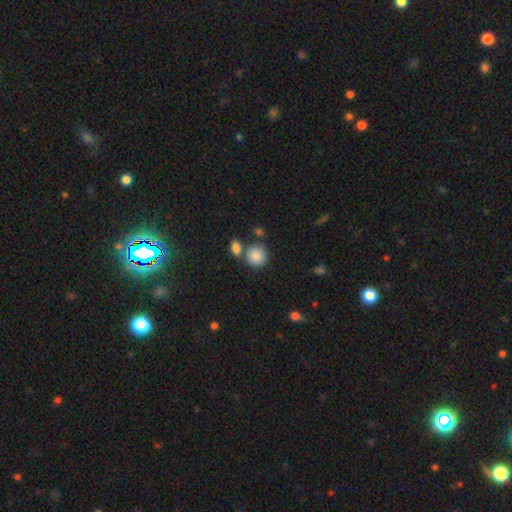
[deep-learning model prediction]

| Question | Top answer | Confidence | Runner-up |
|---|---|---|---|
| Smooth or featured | smooth | 87% | star or artifact (8%) |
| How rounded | round | 84% | in between (15%) |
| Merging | none | 64% | merger (22%) |